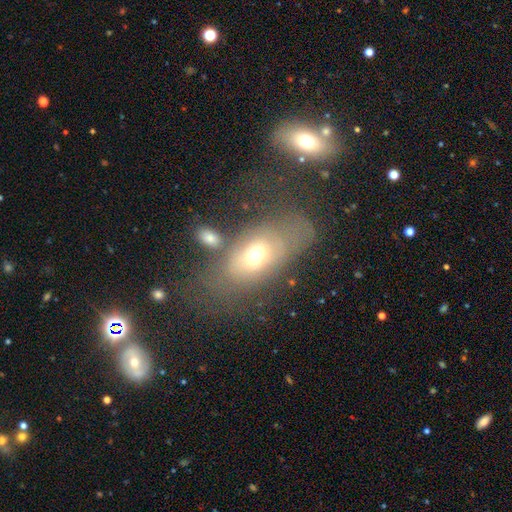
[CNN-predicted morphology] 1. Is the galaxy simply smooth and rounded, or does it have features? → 57% smooth, 31% featured or disk, 12% star or artifact.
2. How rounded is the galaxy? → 80% in between, 16% round, 4% cigar-shaped.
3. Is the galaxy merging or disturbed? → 39% none, 29% major disturbance, 18% minor disturbance, 13% merger.